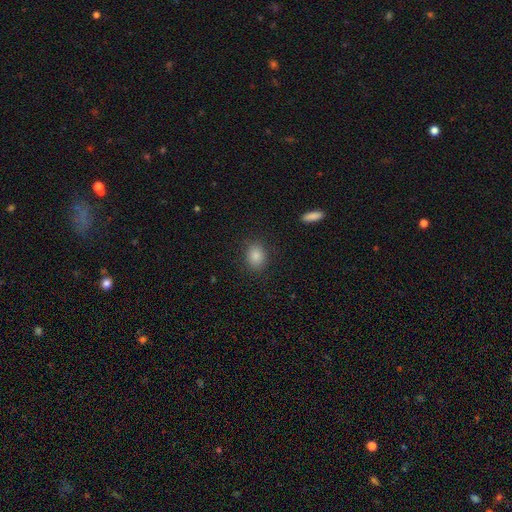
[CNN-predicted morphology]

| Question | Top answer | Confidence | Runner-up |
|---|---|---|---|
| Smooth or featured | smooth | 86% | star or artifact (9%) |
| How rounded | in between | 53% | round (46%) |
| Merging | none | 87% | minor disturbance (9%) |